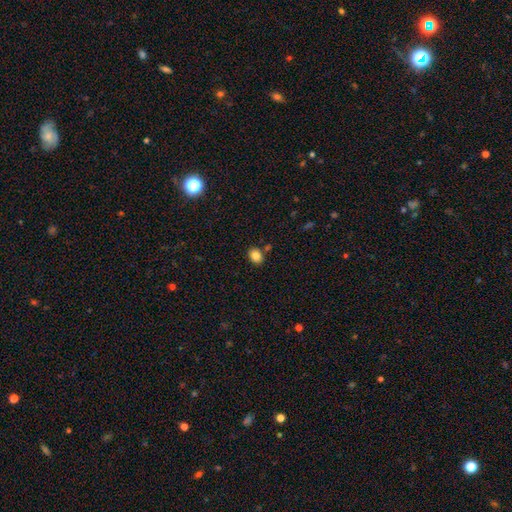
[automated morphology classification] type=smooth (84%); roundness=in between (58%); merging=none (81%).